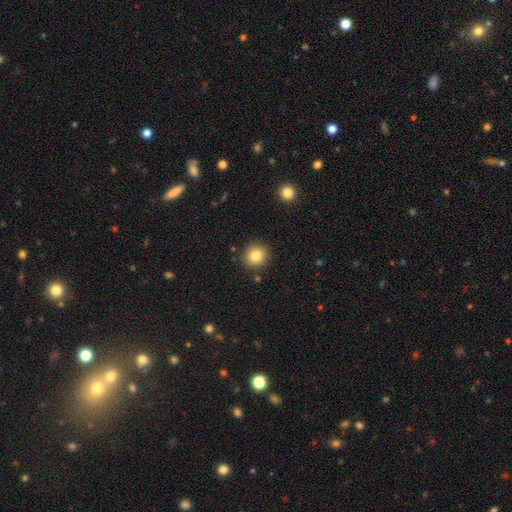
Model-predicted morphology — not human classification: Overall: smooth (84%). How rounded: round (89%). Merging: none (89%).